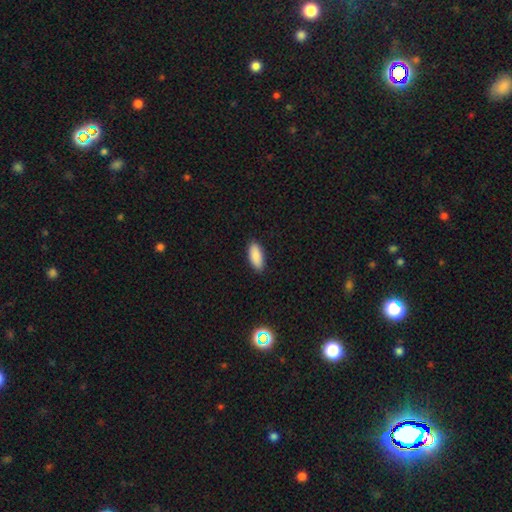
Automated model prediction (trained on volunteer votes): Overall: smooth (89%). How rounded: in between (85%). Merging: none (88%).